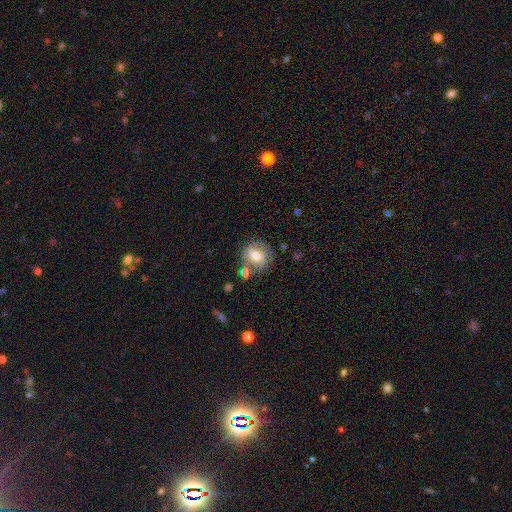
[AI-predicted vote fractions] Smooth or featured?
  - smooth: 68% *
  - featured or disk: 23%
  - star or artifact: 8%
How rounded?
  - round: 64% *
  - in between: 35%
  - cigar-shaped: 1%
Merging?
  - none: 64% *
  - minor disturbance: 18%
  - merger: 11%
  - major disturbance: 7%